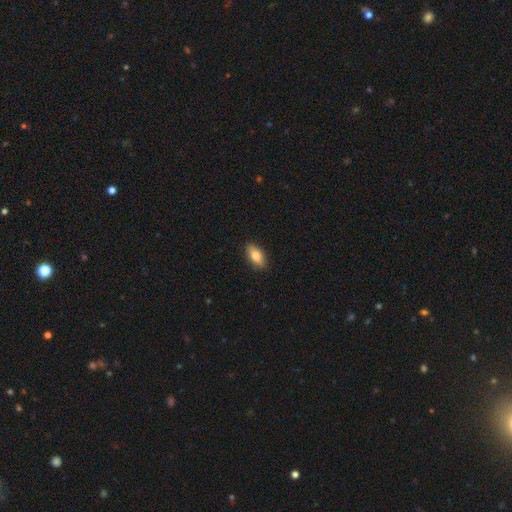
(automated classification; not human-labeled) Smooth or featured?
  - smooth: 82% *
  - featured or disk: 11%
  - star or artifact: 7%
How rounded?
  - in between: 86% *
  - cigar-shaped: 10%
  - round: 4%
Merging?
  - none: 88% *
  - minor disturbance: 10%
  - major disturbance: 2%
  - merger: 1%